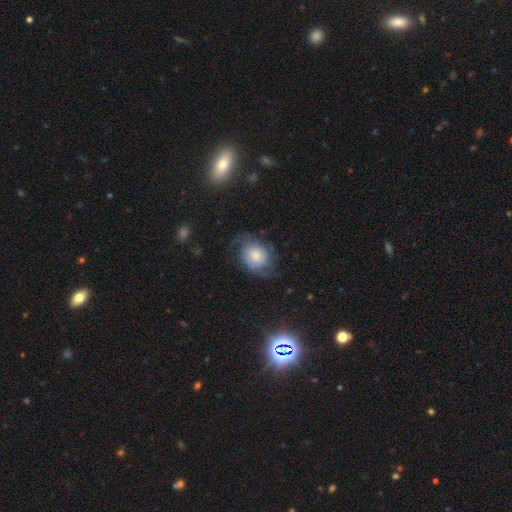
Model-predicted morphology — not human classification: featured or disk 52%, smooth 40%, star or artifact 8%. Down the decision tree: edge-on disk — no (97%); bar — no (77%); spiral arms — yes (84%); bulge size — small (40%); merging — none (53%).